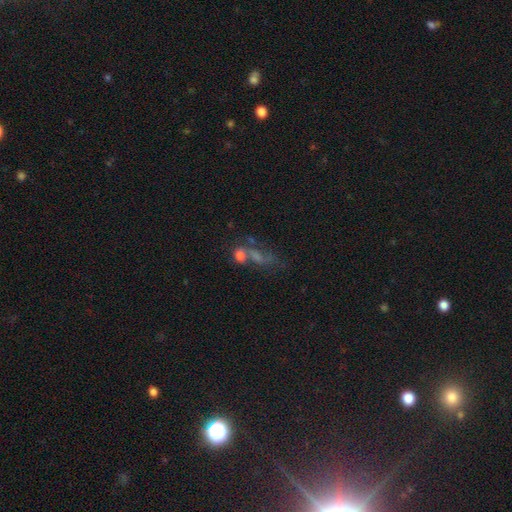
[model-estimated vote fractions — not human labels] This appears to be a smooth galaxy with no disk features (38%). Merging: none (37%).